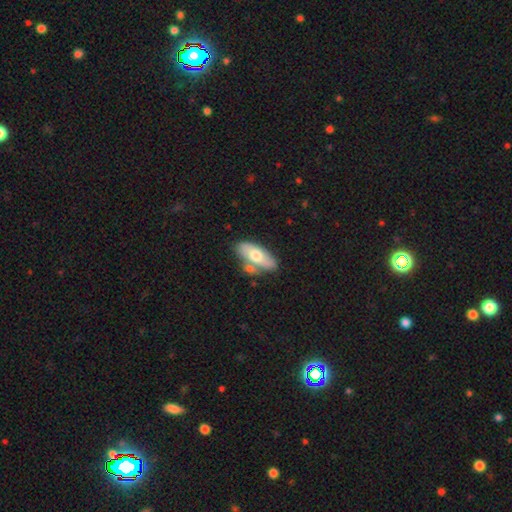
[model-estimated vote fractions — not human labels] Q: Smooth or featured?
A: smooth (61%); runner-up: featured or disk (34%)
Q: How rounded?
A: in between (83%); runner-up: cigar-shaped (14%)
Q: Merging?
A: none (58%); runner-up: merger (22%)